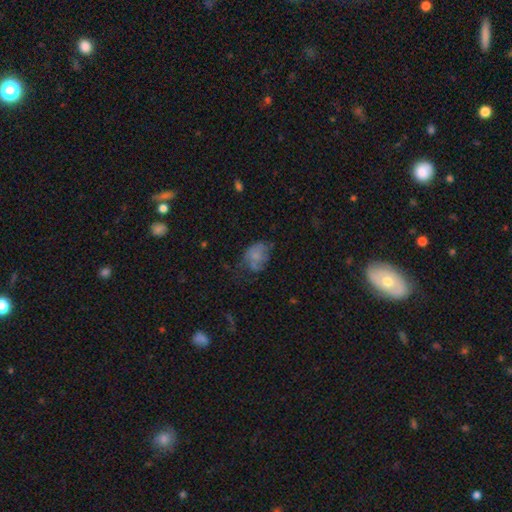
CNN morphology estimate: This is possibly a smooth galaxy (60%). How rounded: likely in between (68%). Merging: marginally none (38%).